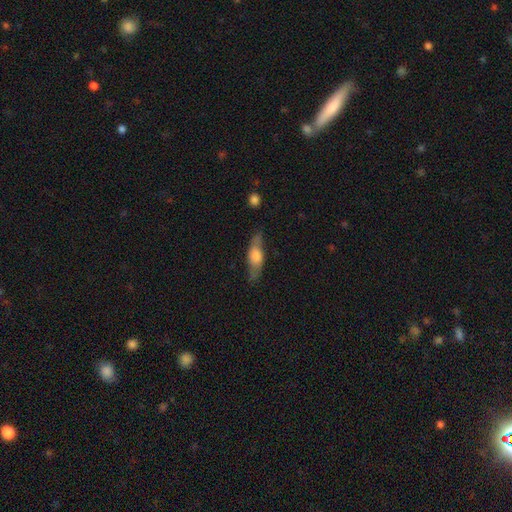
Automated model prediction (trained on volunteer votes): A smooth galaxy with no disk features (50%). Merging: none (75%).